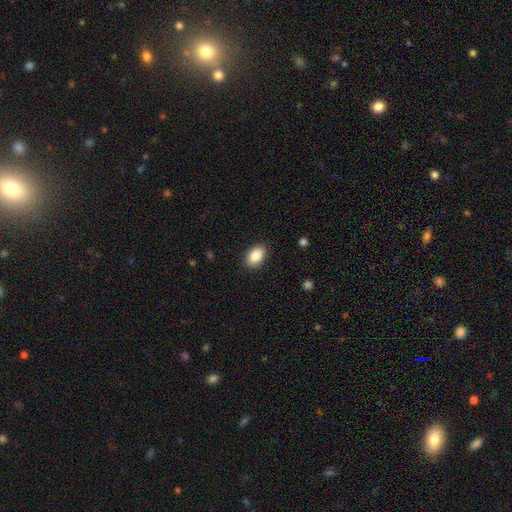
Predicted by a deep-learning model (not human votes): The model was most divided on "merging": none: 88%, minor disturbance: 8%, major disturbance: 2%, merger: 1%. More confident: how rounded — in between (92%); smooth or featured — smooth (88%).